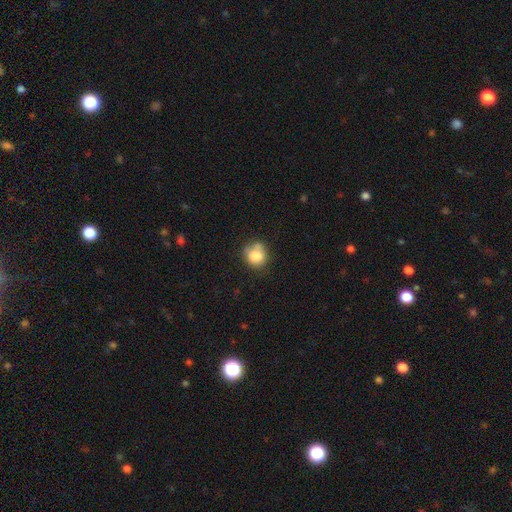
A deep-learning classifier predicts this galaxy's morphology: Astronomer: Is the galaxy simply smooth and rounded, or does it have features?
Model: smooth — 80%.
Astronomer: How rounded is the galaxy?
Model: round — 74%.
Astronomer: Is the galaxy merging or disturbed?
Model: none — 53%.